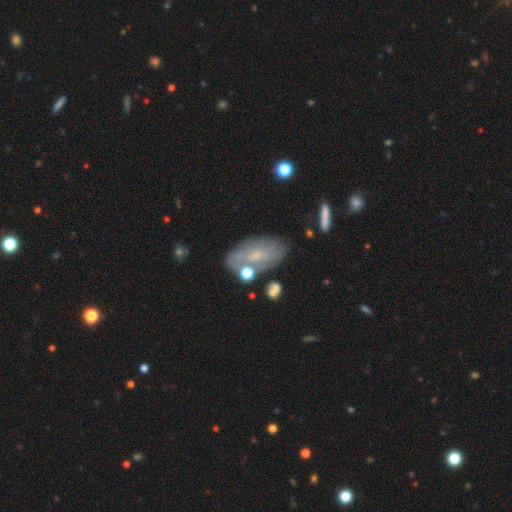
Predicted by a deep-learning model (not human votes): This is possibly a smooth galaxy (46%, tied with featured or disk). Merging: likely none (67%).